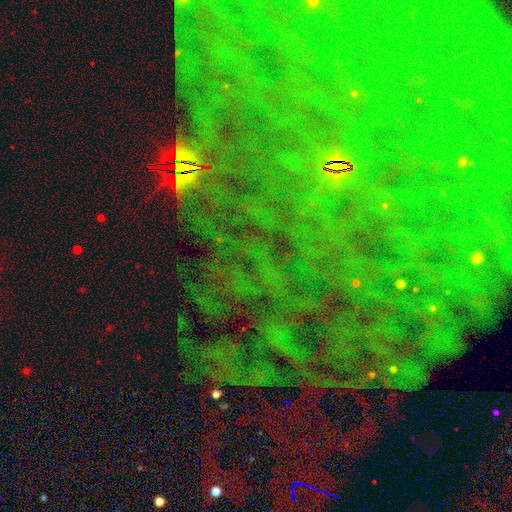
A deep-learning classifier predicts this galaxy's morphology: smooth_or_featured: star or artifact (p=0.79) [alt: featured or disk p=0.11]